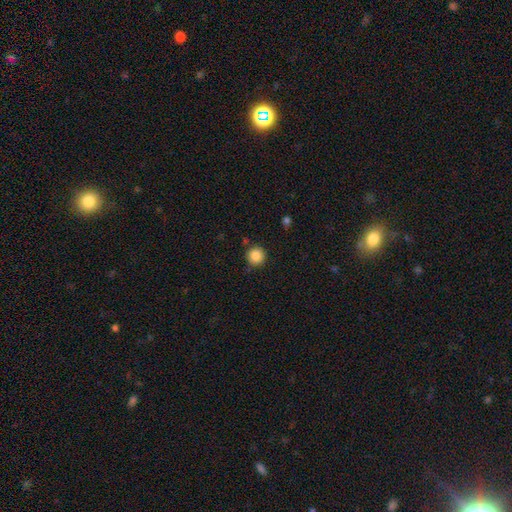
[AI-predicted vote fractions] smooth-or-featured: smooth: 87% | star or artifact: 10% | featured or disk: 4%
  how-rounded: round: 95% | in between: 4% | cigar-shaped: 1%
  merging: none: 86% | minor disturbance: 8% | merger: 3% | major disturbance: 2%